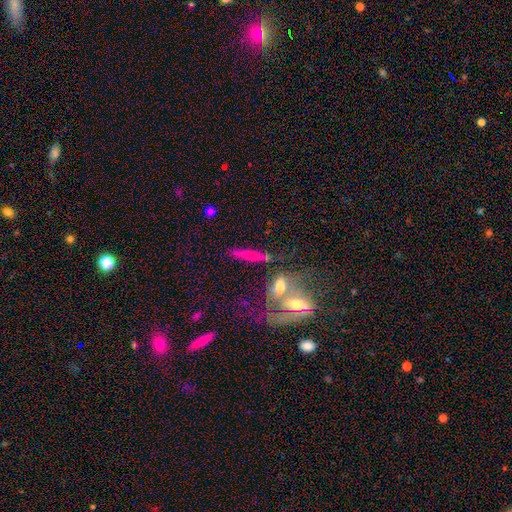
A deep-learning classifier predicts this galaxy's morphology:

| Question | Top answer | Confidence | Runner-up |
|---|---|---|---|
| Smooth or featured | smooth | 61% | featured or disk (29%) |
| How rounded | cigar-shaped | 82% | in between (13%) |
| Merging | none | 59% | merger (22%) |